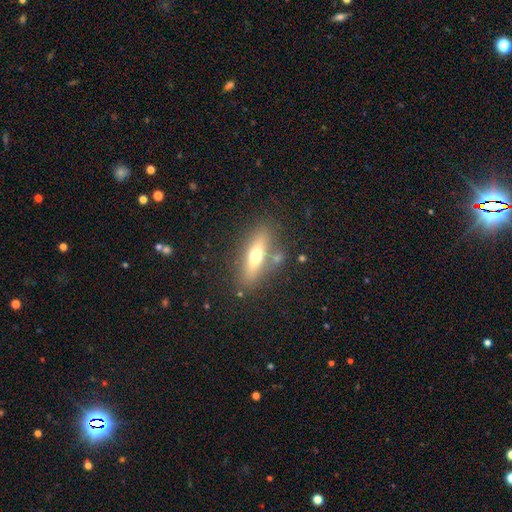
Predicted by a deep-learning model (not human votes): A smooth galaxy with no disk features (53%) that is cigar-shaped (57%).

Vote fractions:
- Smooth or featured? smooth: 53% / featured or disk: 40% / star or artifact: 8%
- How rounded? cigar-shaped: 57% / in between: 40% / round: 3%
- Merging? none: 78% / minor disturbance: 12% / merger: 7% / major disturbance: 4%